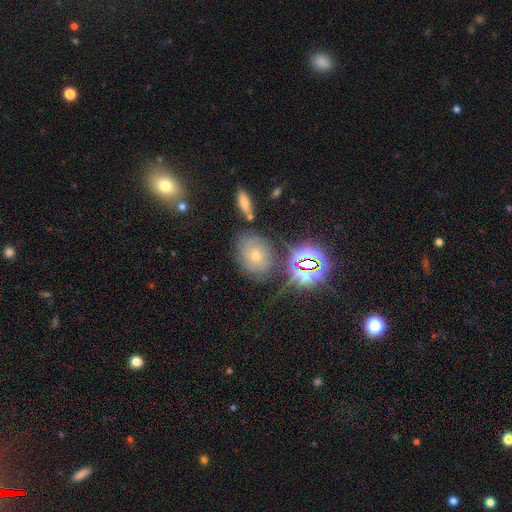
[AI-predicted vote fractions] smooth-or-featured: smooth: 39% | featured or disk: 33% | star or artifact: 27%
  merging: none: 67% | minor disturbance: 19% | major disturbance: 8% | merger: 6%